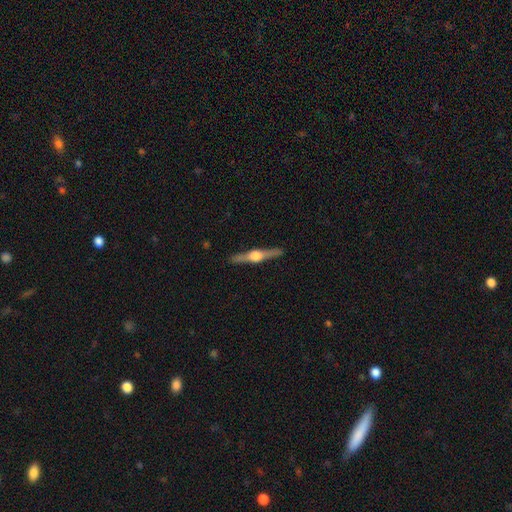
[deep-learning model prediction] Smooth or featured: featured or disk — 81% (smooth — 14%)
Edge-on disk: yes — 98% (no — 2%)
Edge-on bulge: rounded — 95% (boxy — 4%)
Merging: none — 91% (minor disturbance — 6%)